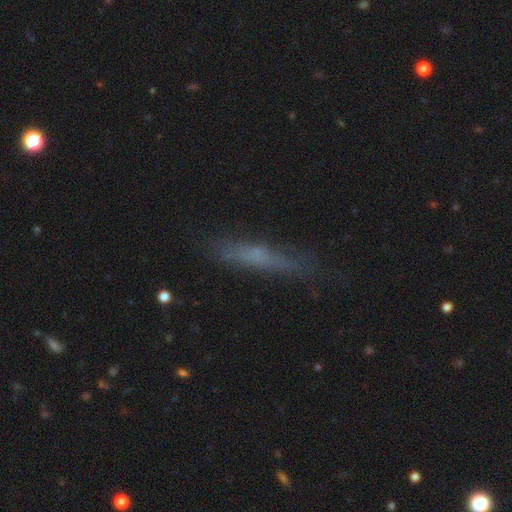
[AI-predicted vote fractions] Smooth or featured? Predicted: smooth (p=0.53). How rounded? Predicted: cigar-shaped (p=0.87). Merging? Predicted: none (p=0.73).